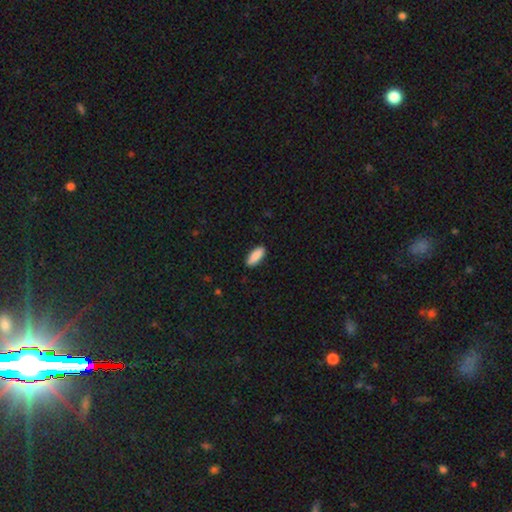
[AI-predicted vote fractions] A smooth galaxy with no disk features (89%) that is in between round and cigar-shaped (71%).

Vote fractions:
- Smooth or featured? smooth: 89% / star or artifact: 6% / featured or disk: 5%
- How rounded? in between: 71% / cigar-shaped: 27% / round: 2%
- Merging? none: 90% / minor disturbance: 8% / major disturbance: 2% / merger: 1%